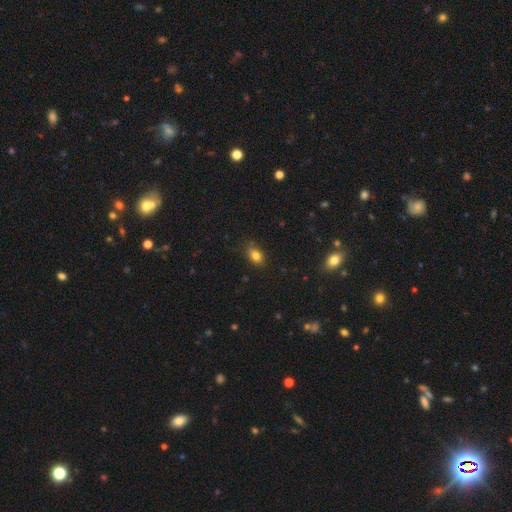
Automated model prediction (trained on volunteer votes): Q: Smooth or featured?
A: smooth (80%); runner-up: star or artifact (11%)
Q: How rounded?
A: in between (78%); runner-up: round (20%)
Q: Merging?
A: none (74%); runner-up: minor disturbance (21%)